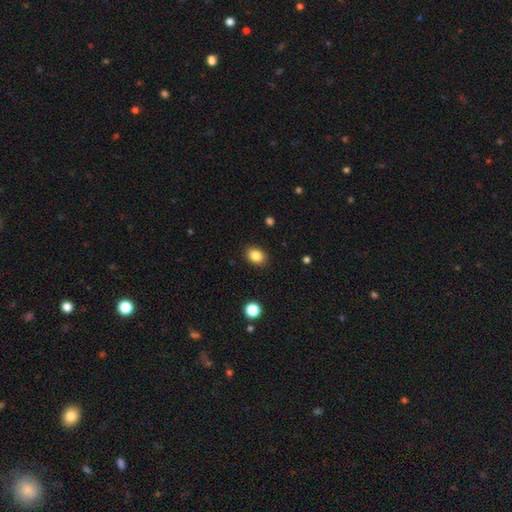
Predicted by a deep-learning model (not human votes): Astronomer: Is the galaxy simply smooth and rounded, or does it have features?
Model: smooth — 85%.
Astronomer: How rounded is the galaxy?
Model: in between — 56% (runner-up: round, 43%).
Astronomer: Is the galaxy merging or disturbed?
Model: none — 89%.